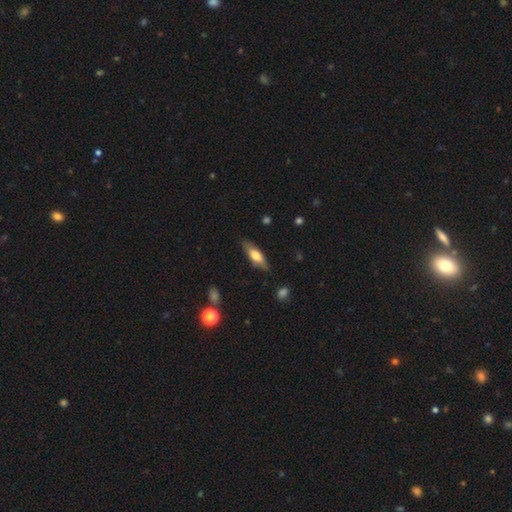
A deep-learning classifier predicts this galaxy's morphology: Overall: smooth (62%; featured or disk 32%). How rounded: in between (53%; cigar-shaped 45%). Merging: none (83%).